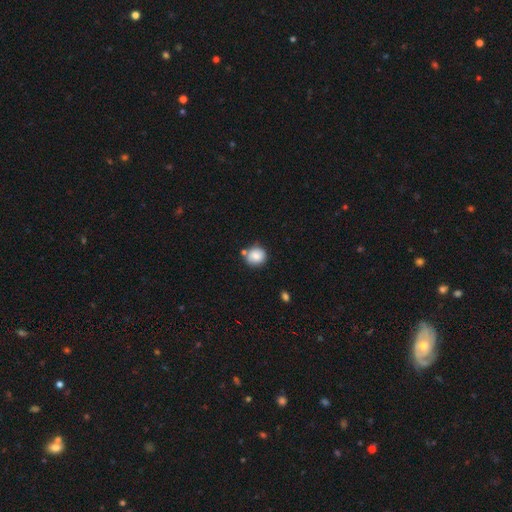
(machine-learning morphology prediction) smooth-or-featured: smooth: 83% | star or artifact: 9% | featured or disk: 9%
  how-rounded: round: 88% | in between: 11% | cigar-shaped: 1%
  merging: none: 72% | minor disturbance: 14% | merger: 11% | major disturbance: 3%